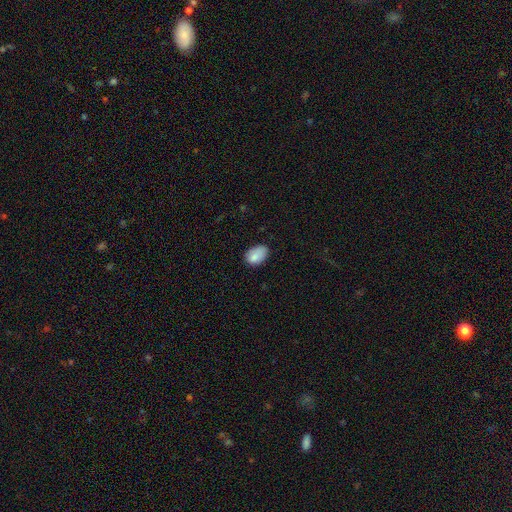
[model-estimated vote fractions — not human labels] smooth-or-featured: smooth: 84% | featured or disk: 8% | star or artifact: 8%
  how-rounded: in between: 87% | round: 12% | cigar-shaped: 1%
  merging: none: 58% | minor disturbance: 33% | major disturbance: 7% | merger: 2%